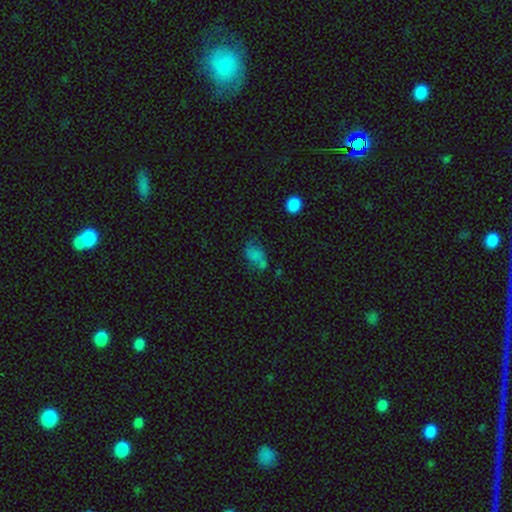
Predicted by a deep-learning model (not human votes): A smooth galaxy with no disk features (60%) that is in between round and cigar-shaped (79%). Merging: none (43%).